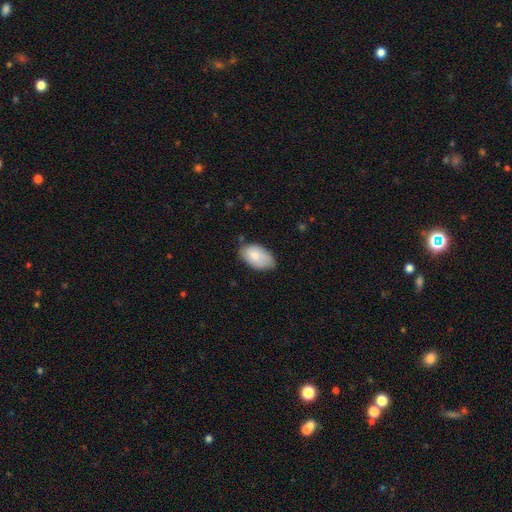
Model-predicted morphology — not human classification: Smooth or featured? Predicted: smooth (p=0.81). How rounded? Predicted: in between (p=0.94). Merging? Predicted: none (p=0.62).